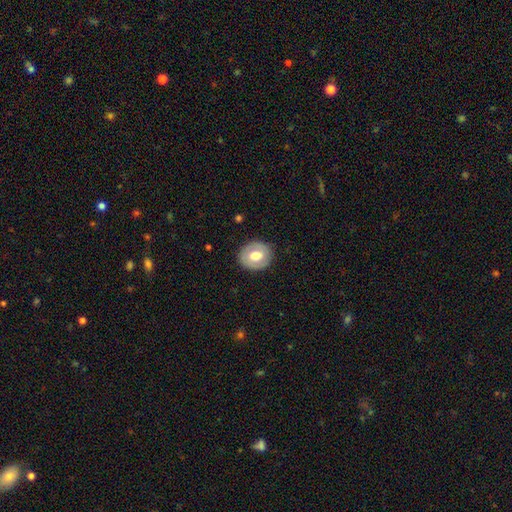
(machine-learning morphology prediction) Smooth or featured?
  - smooth: 59% *
  - featured or disk: 35%
  - star or artifact: 6%
How rounded?
  - round: 70% *
  - in between: 29%
  - cigar-shaped: 1%
Merging?
  - none: 86% *
  - minor disturbance: 10%
  - major disturbance: 3%
  - merger: 1%